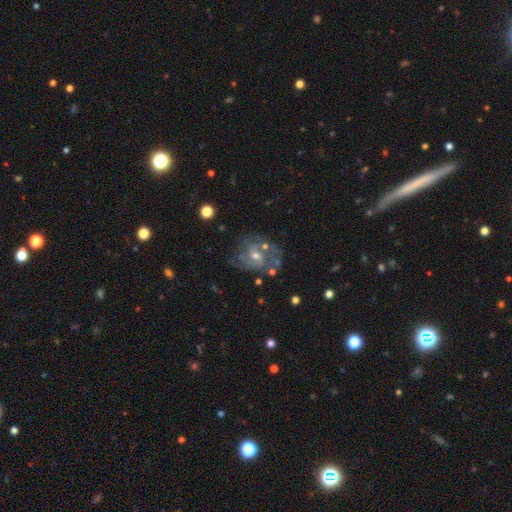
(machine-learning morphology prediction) A featured or disk galaxy (79%) with no bar (57%), 2 (33%) medium (44%) spiral arms (89%) and a moderate central bulge (51%). Merging: none (62%).